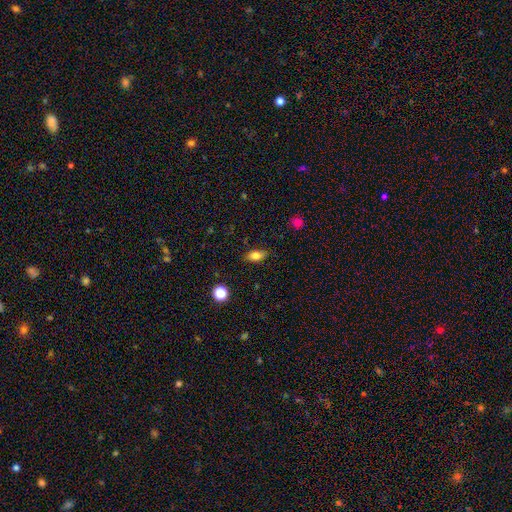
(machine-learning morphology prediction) A smooth galaxy with no disk features (77%) that is in between round and cigar-shaped (84%).

Vote fractions:
- Smooth or featured? smooth: 77% / featured or disk: 14% / star or artifact: 9%
- How rounded? in between: 84% / cigar-shaped: 8% / round: 8%
- Merging? none: 85% / minor disturbance: 11% / major disturbance: 2% / merger: 1%